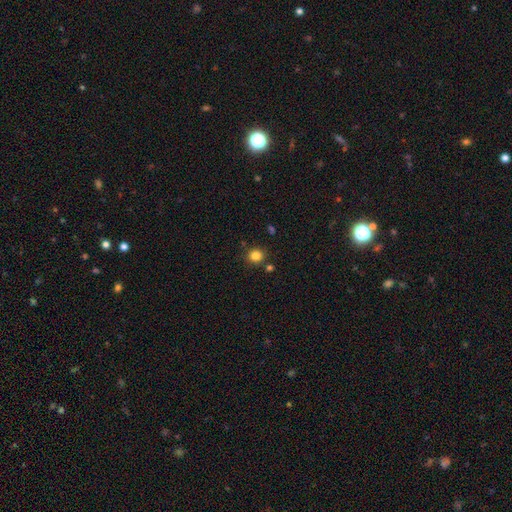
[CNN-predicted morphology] The model was most divided on "smooth or featured": smooth: 83%, star or artifact: 12%, featured or disk: 4%. More confident: merging — none (86%); how rounded — round (86%).